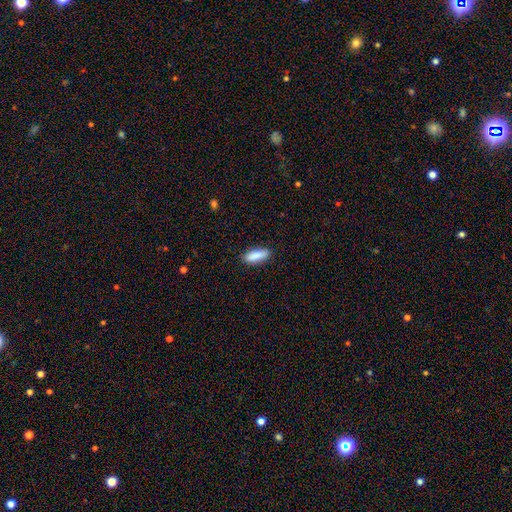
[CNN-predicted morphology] Smooth or featured? smooth (88%)
How rounded? in between (63%)
Merging? none (87%)